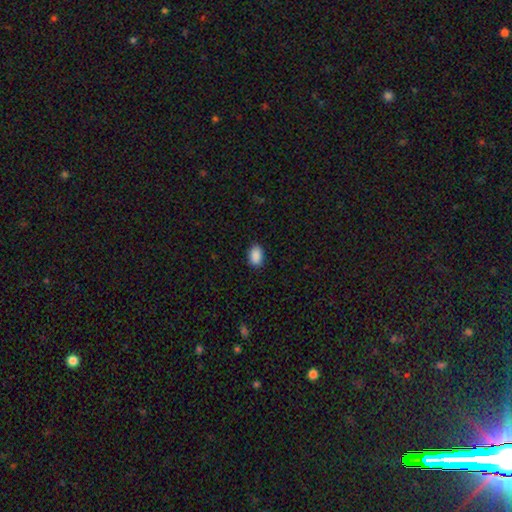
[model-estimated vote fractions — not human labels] This appears to be a smooth galaxy with no disk features (90%) that is in between round and cigar-shaped (86%). Merging: none (88%).